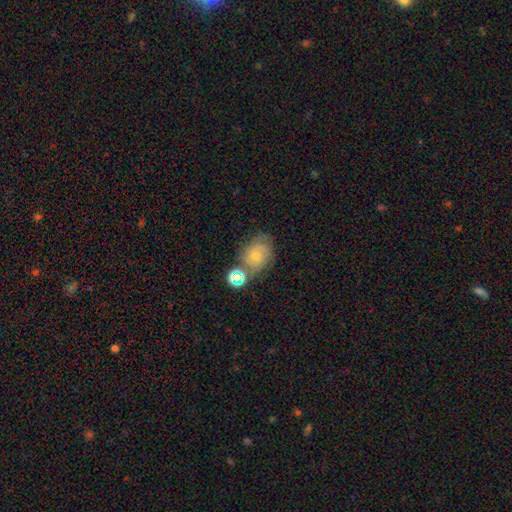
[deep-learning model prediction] This appears to be a smooth galaxy with no disk features (48%). Merging: none (52%).